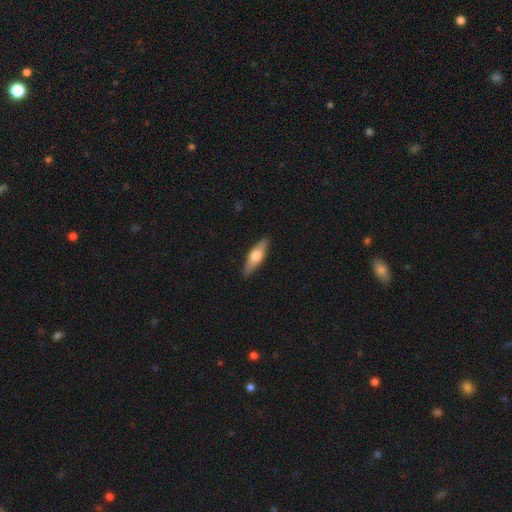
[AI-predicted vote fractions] This is possibly a smooth galaxy (58%). How rounded: possibly cigar-shaped (50%). Merging: clearly none (88%).